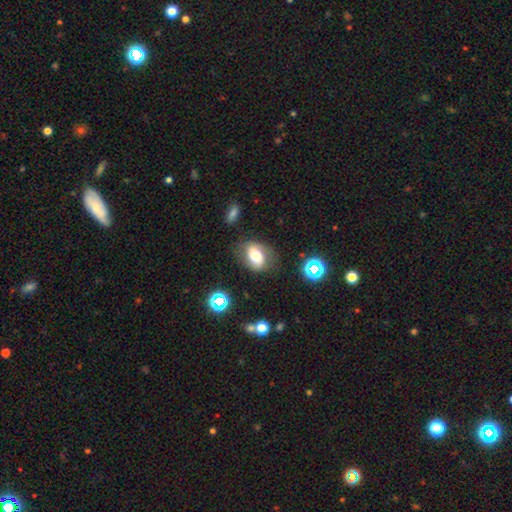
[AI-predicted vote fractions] Smooth or featured?
  - smooth: 60% *
  - featured or disk: 28%
  - star or artifact: 12%
How rounded?
  - in between: 73% *
  - round: 25%
  - cigar-shaped: 2%
Merging?
  - none: 70% *
  - minor disturbance: 19%
  - major disturbance: 8%
  - merger: 3%